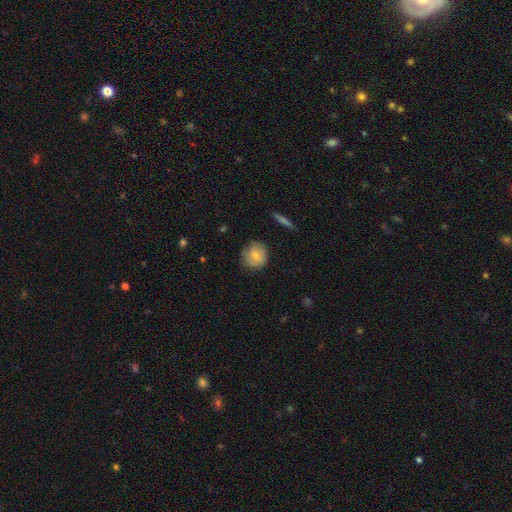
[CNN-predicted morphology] smooth_or_featured: smooth (p=0.78) [alt: featured or disk p=0.15]
how_rounded: round (p=0.84) [alt: in between p=0.15]
merging: none (p=0.73) [alt: minor disturbance p=0.21]